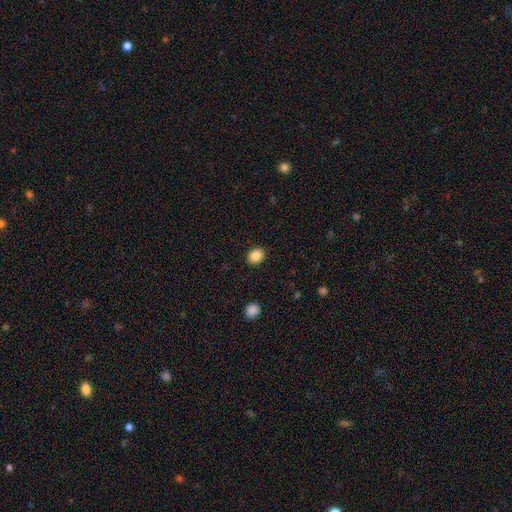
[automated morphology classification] A smooth galaxy with no disk features (87%) that is in between round and cigar-shaped (50%). Merging: none (90%).